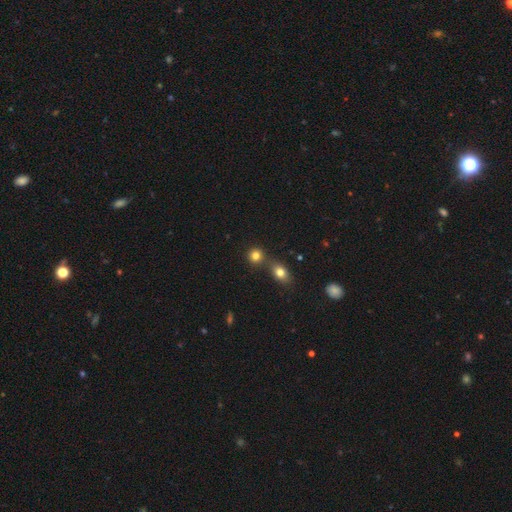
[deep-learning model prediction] Smooth or featured?
  - smooth: 80% *
  - star or artifact: 13%
  - featured or disk: 7%
How rounded?
  - round: 85% *
  - in between: 13%
  - cigar-shaped: 1%
Merging?
  - none: 60% *
  - merger: 30%
  - minor disturbance: 8%
  - major disturbance: 3%